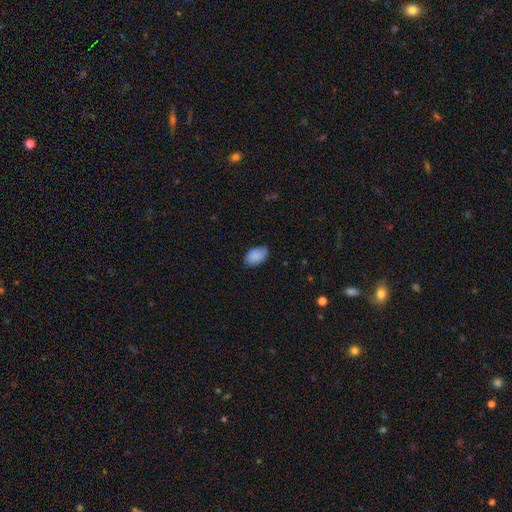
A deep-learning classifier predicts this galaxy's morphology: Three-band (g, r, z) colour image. It shows a smooth galaxy with no disk features (88%) that is in between round and cigar-shaped (90%). Merging: none (77%).